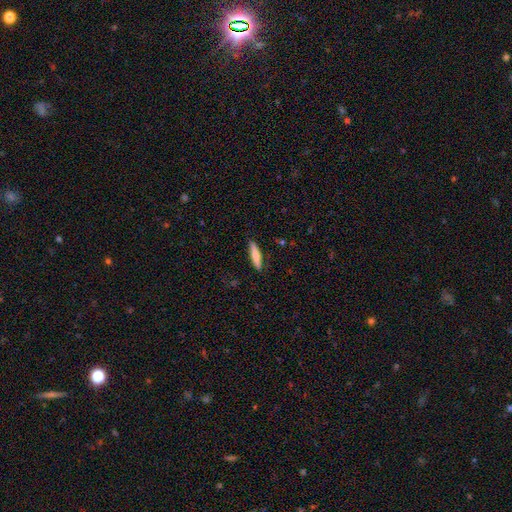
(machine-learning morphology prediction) This appears to be a smooth galaxy with no disk features (73%) that is cigar-shaped (85%). Merging: none (88%).